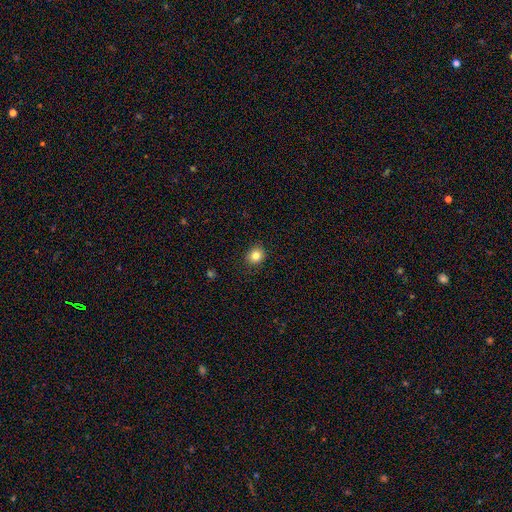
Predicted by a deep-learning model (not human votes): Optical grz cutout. It shows a smooth galaxy with no disk features (83%) that is round (77%). Merging: none (90%).